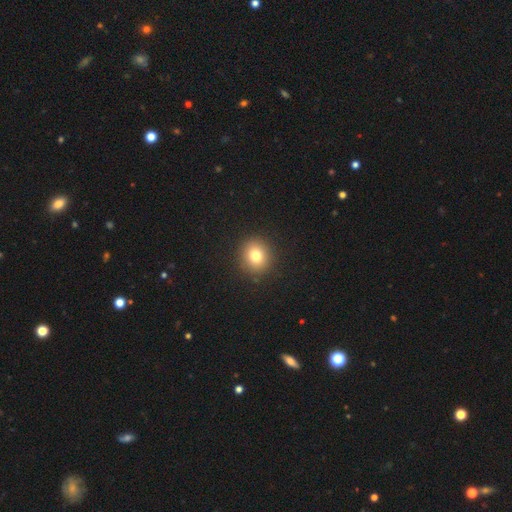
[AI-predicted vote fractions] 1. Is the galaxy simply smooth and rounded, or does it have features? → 79% smooth, 12% star or artifact, 9% featured or disk.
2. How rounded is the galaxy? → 86% round, 13% in between, 1% cigar-shaped.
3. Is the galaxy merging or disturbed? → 91% none, 6% minor disturbance, 2% major disturbance, 1% merger.